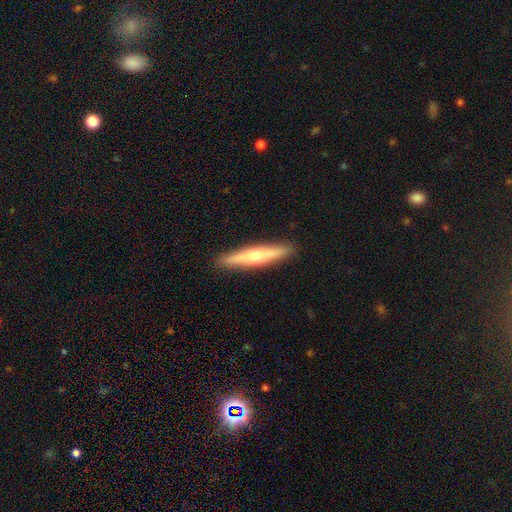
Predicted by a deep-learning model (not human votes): smooth_or_featured: featured or disk (p=0.51) [alt: smooth p=0.44]
disk_edge_on: yes (p=0.95) [alt: no p=0.05]
merging: none (p=0.91) [alt: minor disturbance p=0.07]